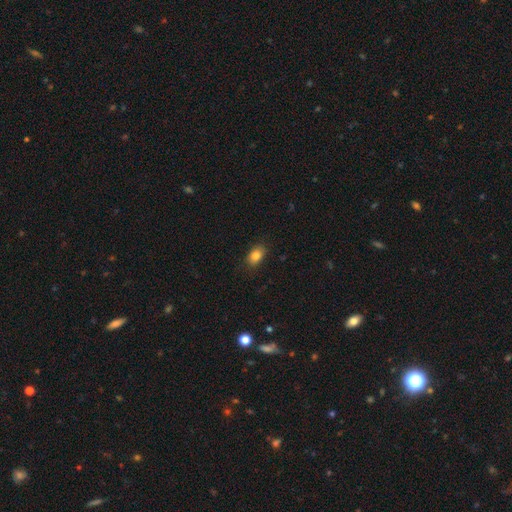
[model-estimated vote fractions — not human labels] Q: Smooth or featured?
A: smooth (84%); runner-up: star or artifact (9%)
Q: How rounded?
A: in between (84%); runner-up: round (14%)
Q: Merging?
A: none (86%); runner-up: minor disturbance (11%)